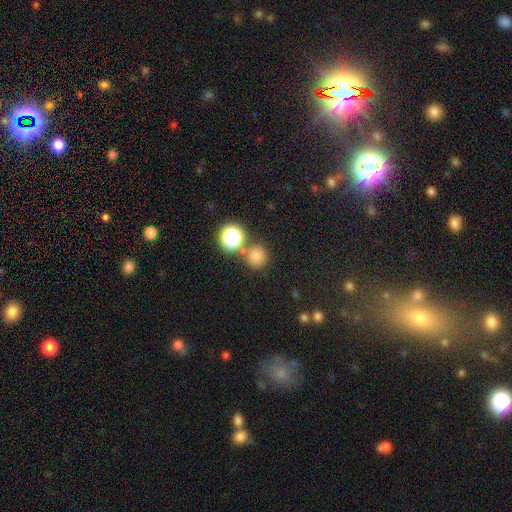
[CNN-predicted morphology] Overall: smooth (73%). How rounded: round (90%). Merging: none (72%).